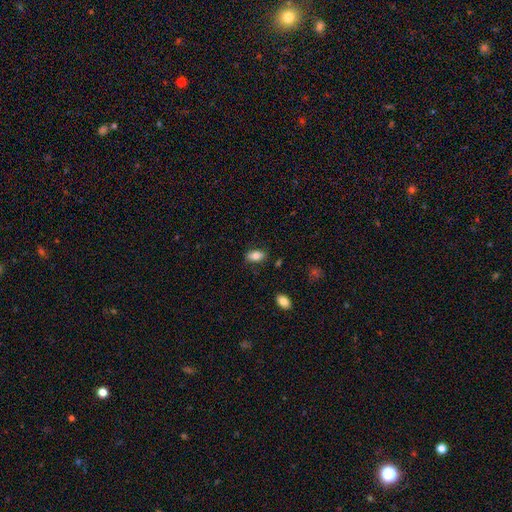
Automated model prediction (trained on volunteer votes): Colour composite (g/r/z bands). It shows a smooth galaxy with no disk features (81%) that is in between round and cigar-shaped (91%). Merging: none (83%).